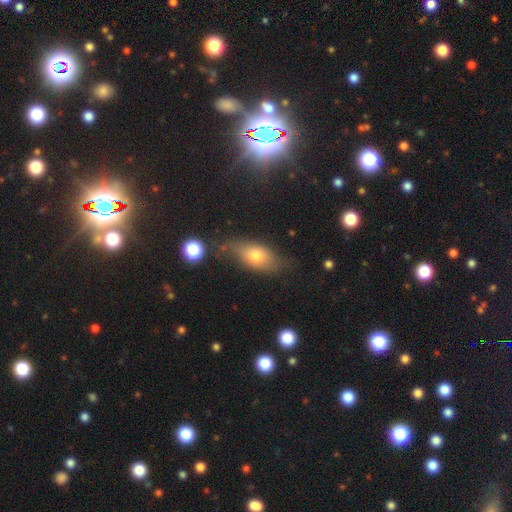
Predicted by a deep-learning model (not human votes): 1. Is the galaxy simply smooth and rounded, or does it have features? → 69% smooth, 21% featured or disk, 10% star or artifact.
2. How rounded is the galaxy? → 81% in between, 11% round, 8% cigar-shaped.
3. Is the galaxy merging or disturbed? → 62% none, 24% minor disturbance, 9% major disturbance, 5% merger.